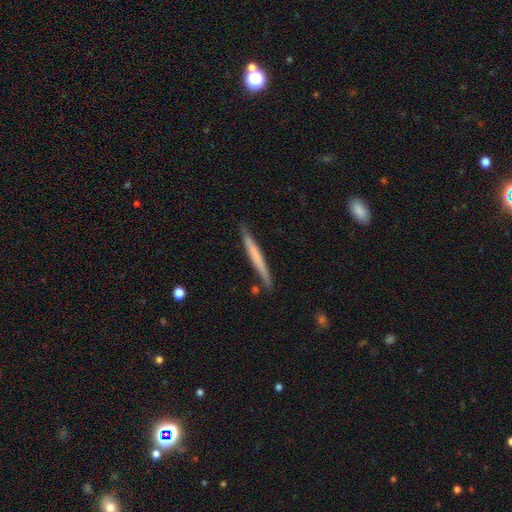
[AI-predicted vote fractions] Smooth or featured? smooth (54%)
How rounded? cigar-shaped (97%)
Merging? none (84%)